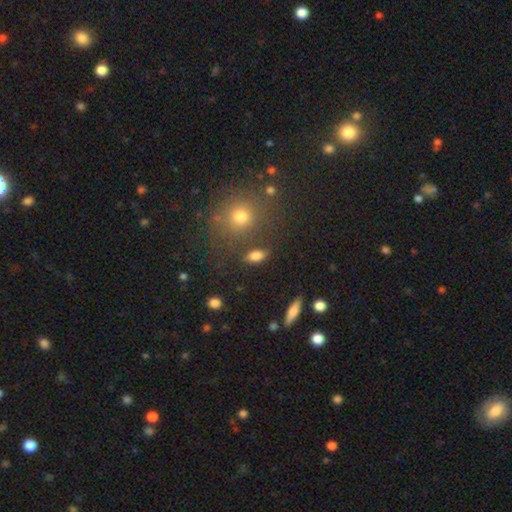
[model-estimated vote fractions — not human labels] The model was most divided on "merging": none: 81%, minor disturbance: 11%, merger: 4%, major disturbance: 4%. More confident: how rounded — in between (85%); smooth or featured — smooth (81%).